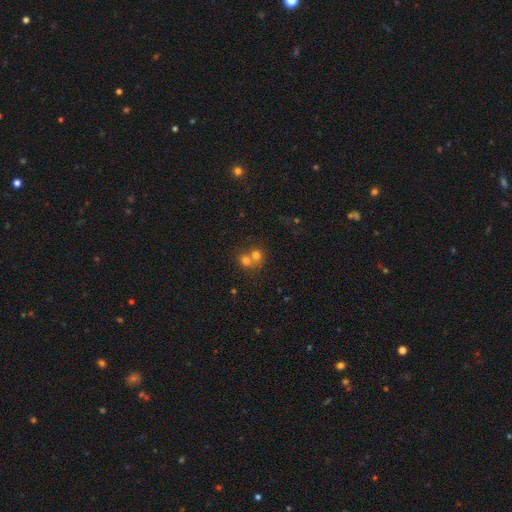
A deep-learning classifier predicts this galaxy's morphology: smooth_or_featured: smooth (p=0.71) [alt: featured or disk p=0.15]
how_rounded: round (p=0.77) [alt: in between p=0.22]
merging: merger (p=0.64) [alt: none p=0.29]